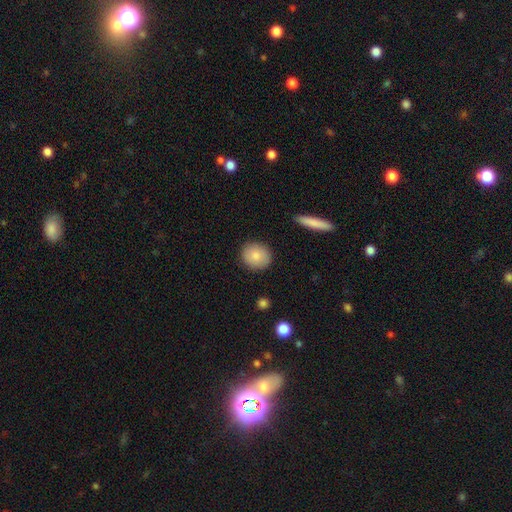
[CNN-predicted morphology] A smooth galaxy with no disk features (84%) that is round (84%). Merging: none (89%).